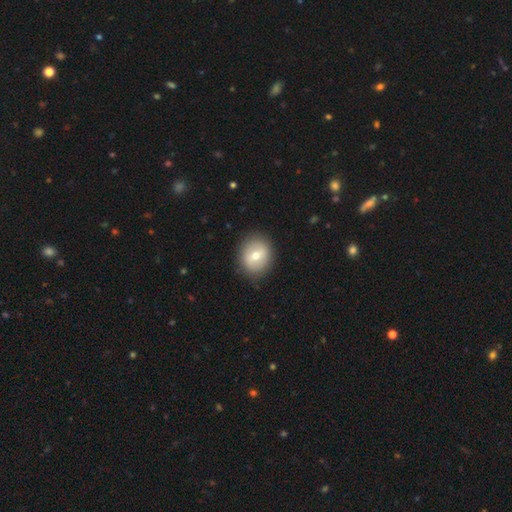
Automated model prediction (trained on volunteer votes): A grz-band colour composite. It shows a smooth galaxy with no disk features (60%) that is round (73%). Merging: none (87%).